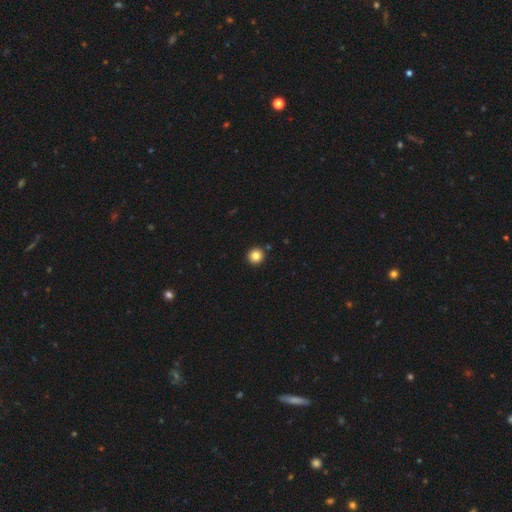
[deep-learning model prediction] smooth-or-featured: smooth: 84% | star or artifact: 11% | featured or disk: 5%
  how-rounded: round: 95% | in between: 4% | cigar-shaped: 1%
  merging: none: 92% | minor disturbance: 4% | merger: 2% | major disturbance: 1%